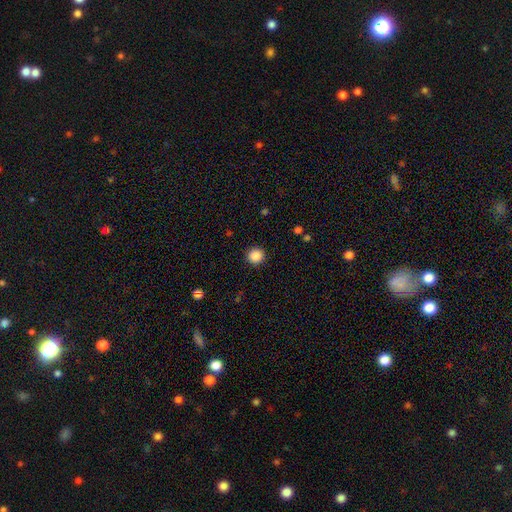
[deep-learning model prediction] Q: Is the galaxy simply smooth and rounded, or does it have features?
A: smooth — 88%.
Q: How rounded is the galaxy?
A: round — 89%.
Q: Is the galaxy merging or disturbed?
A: none — 91%.